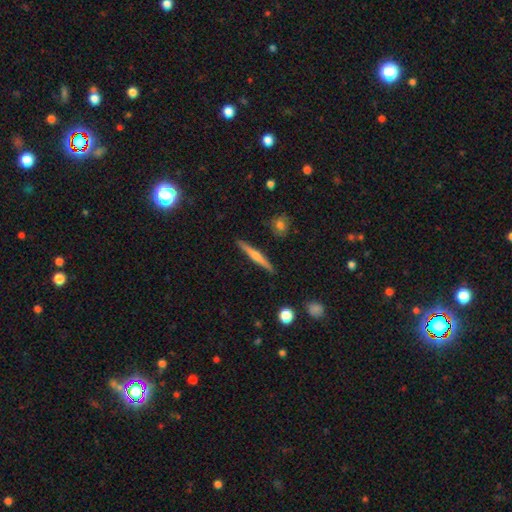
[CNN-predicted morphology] This is possibly a featured or disk galaxy (58%). It is clearly viewed edge-on (97%). Edge-on bulge: likely rounded (78%). Merging: clearly none (90%).